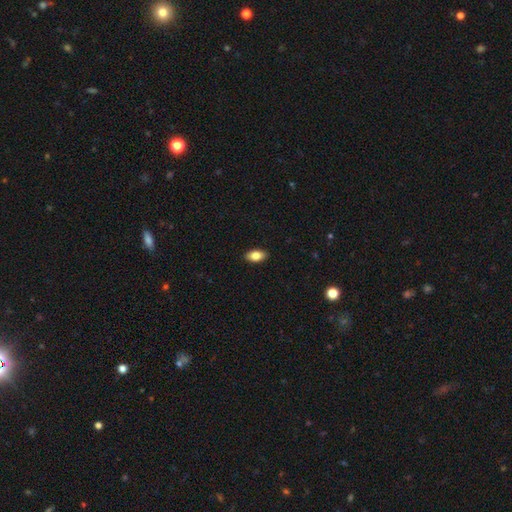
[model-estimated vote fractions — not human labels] Smooth or featured: smooth — 84% (featured or disk — 9%)
How rounded: in between — 92% (round — 5%)
Merging: none — 90% (minor disturbance — 7%)